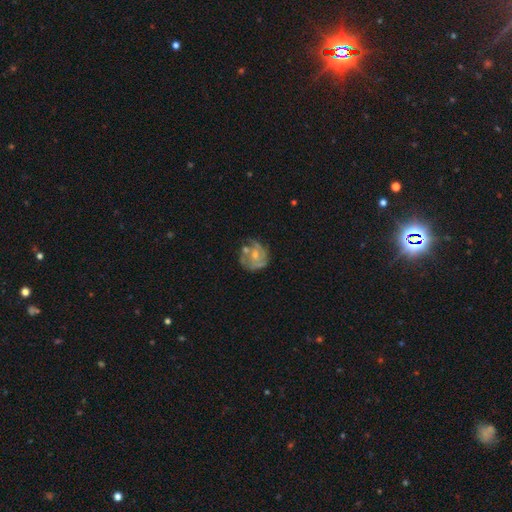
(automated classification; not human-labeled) Smooth or featured? featured or disk (65%)
Edge-on disk? no (98%)
Bar? no (74%)
Spiral arms? yes (60%)
Bulge size? small (46%)
Merging? none (44%)